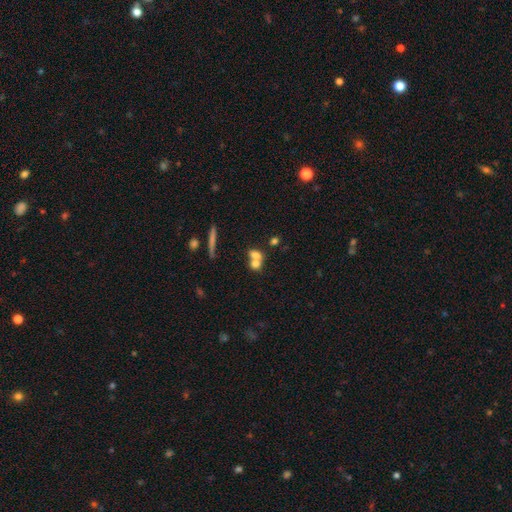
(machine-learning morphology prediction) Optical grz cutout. It shows a smooth galaxy with no disk features (68%) that is in between round and cigar-shaped (50%). Merging: merger (59%).